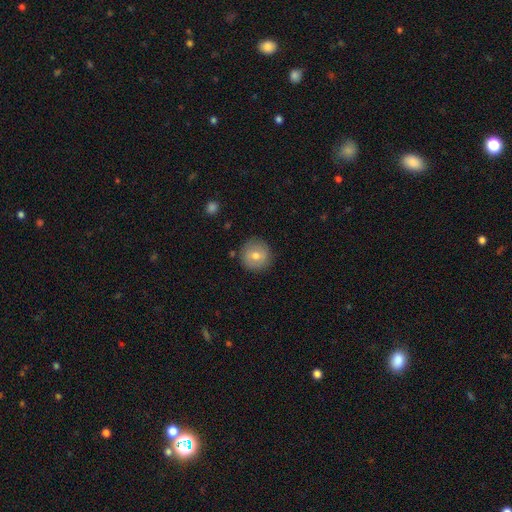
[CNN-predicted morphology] smooth_or_featured: smooth (p=0.71) [alt: featured or disk p=0.20]
how_rounded: round (p=0.95) [alt: in between p=0.04]
merging: none (p=0.88) [alt: minor disturbance p=0.08]